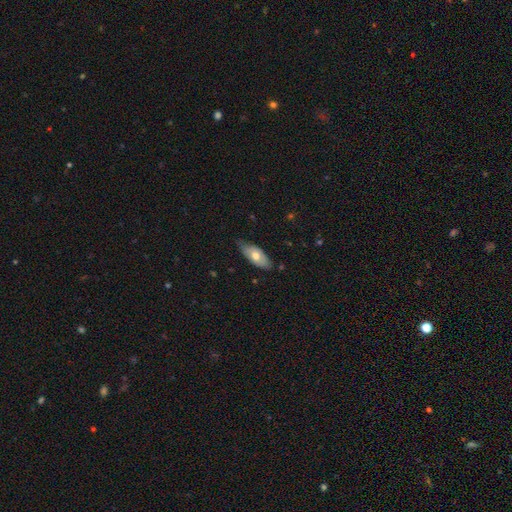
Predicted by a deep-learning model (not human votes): Smooth or featured?
  - smooth: 60% *
  - featured or disk: 34%
  - star or artifact: 6%
How rounded?
  - in between: 87% *
  - cigar-shaped: 10%
  - round: 3%
Merging?
  - none: 68% *
  - minor disturbance: 27%
  - major disturbance: 4%
  - merger: 1%